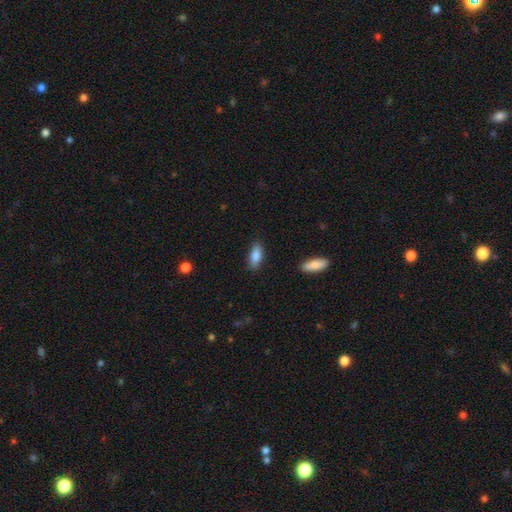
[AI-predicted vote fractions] The model was most divided on "how rounded": in between: 77%, cigar-shaped: 21%, round: 2%. More confident: smooth or featured — smooth (85%); merging — none (83%).